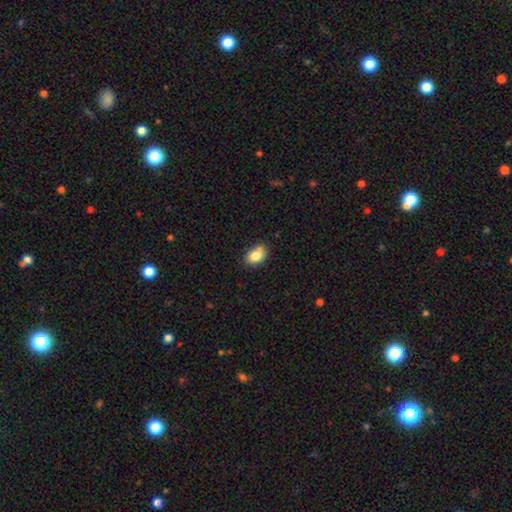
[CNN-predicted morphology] smooth_or_featured: smooth (p=0.82) [alt: featured or disk p=0.09]
how_rounded: in between (p=0.81) [alt: round p=0.18]
merging: none (p=0.67) [alt: minor disturbance p=0.21]